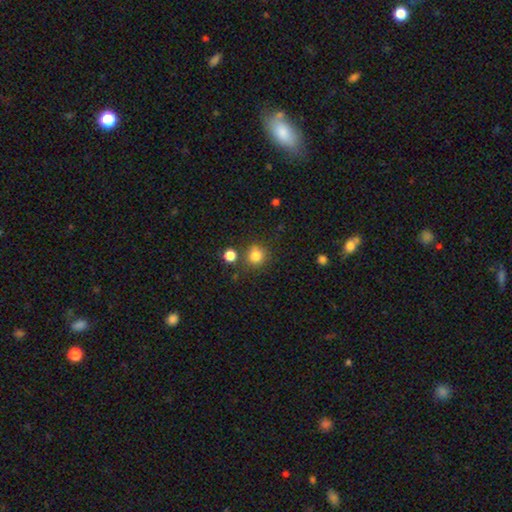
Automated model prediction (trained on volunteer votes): Morphology: type=smooth (82%); roundness=round (90%); merging=none (75%).